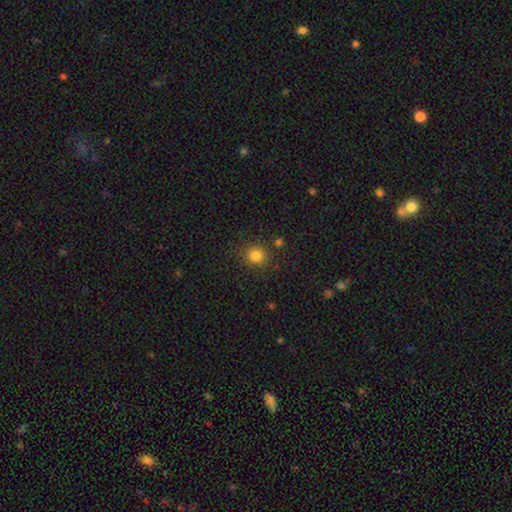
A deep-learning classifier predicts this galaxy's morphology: smooth-or-featured: smooth: 82% | star or artifact: 13% | featured or disk: 5%
  how-rounded: round: 87% | in between: 12% | cigar-shaped: 1%
  merging: none: 85% | minor disturbance: 8% | merger: 4% | major disturbance: 3%